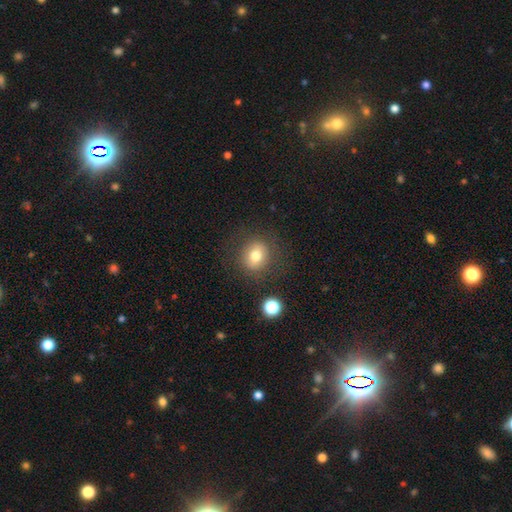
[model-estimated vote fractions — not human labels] smooth-or-featured: smooth: 73% | featured or disk: 15% | star or artifact: 12%
  how-rounded: round: 68% | in between: 31% | cigar-shaped: 1%
  merging: none: 80% | minor disturbance: 11% | major disturbance: 5% | merger: 3%